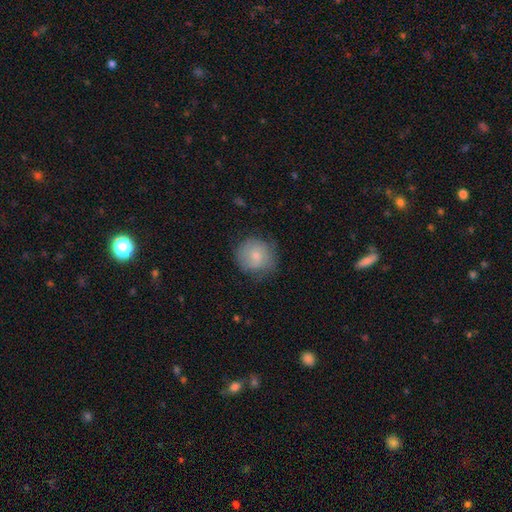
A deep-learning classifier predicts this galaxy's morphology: A smooth galaxy with no disk features (68%) that is round (89%). Merging: none (70%).